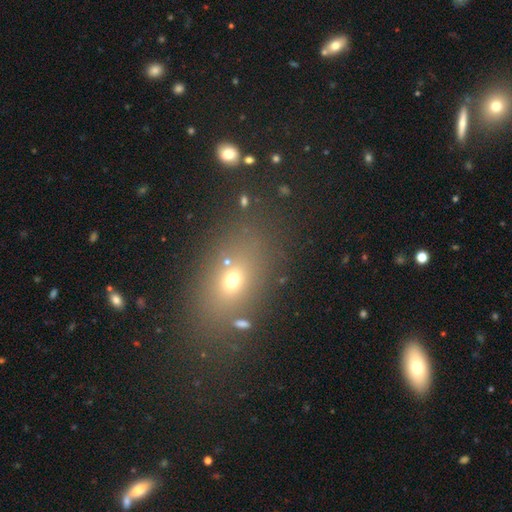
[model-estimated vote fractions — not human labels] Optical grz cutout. It shows a smooth galaxy with no disk features (58%) that is in between round and cigar-shaped (69%). Merging: none (79%).